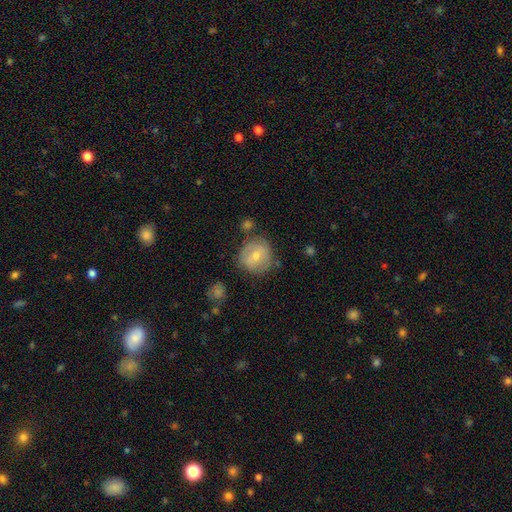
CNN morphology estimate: A smooth galaxy with no disk features (60%) that is round (87%).

Vote fractions:
- Smooth or featured? smooth: 60% / featured or disk: 33% / star or artifact: 7%
- How rounded? round: 87% / in between: 12% / cigar-shaped: 1%
- Merging? none: 67% / minor disturbance: 20% / merger: 7% / major disturbance: 7%